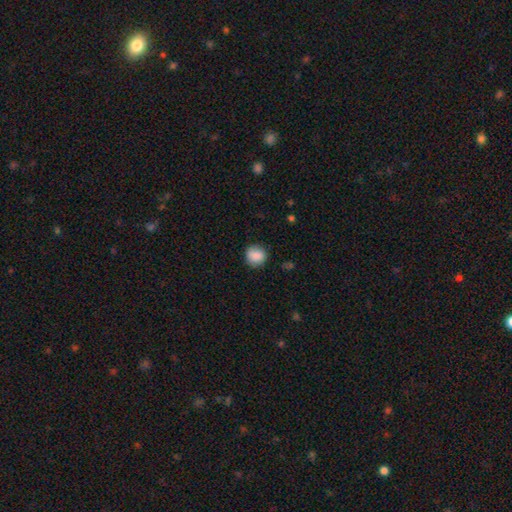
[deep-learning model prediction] smooth_or_featured: smooth (p=0.86) [alt: star or artifact p=0.08]
how_rounded: round (p=0.85) [alt: in between p=0.14]
merging: none (p=0.82) [alt: minor disturbance p=0.14]